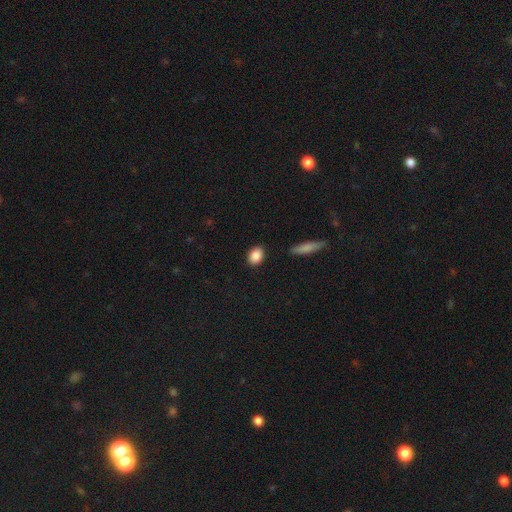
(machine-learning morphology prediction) This is clearly a smooth galaxy (88%). How rounded: likely in between (70%). Merging: clearly none (88%).